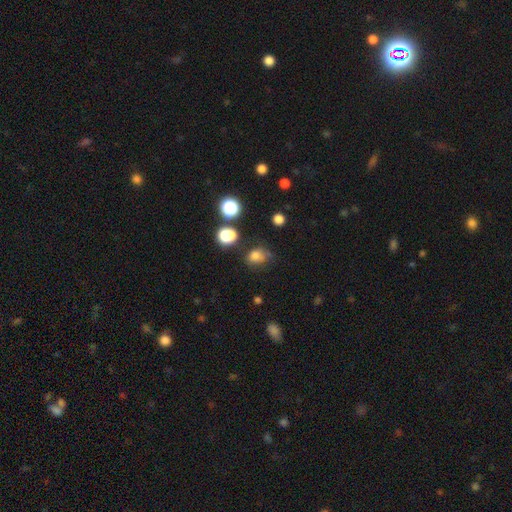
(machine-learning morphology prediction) Smooth or featured? Predicted: smooth (p=0.76). How rounded? Predicted: round (p=0.50). Merging? Predicted: none (p=0.57).